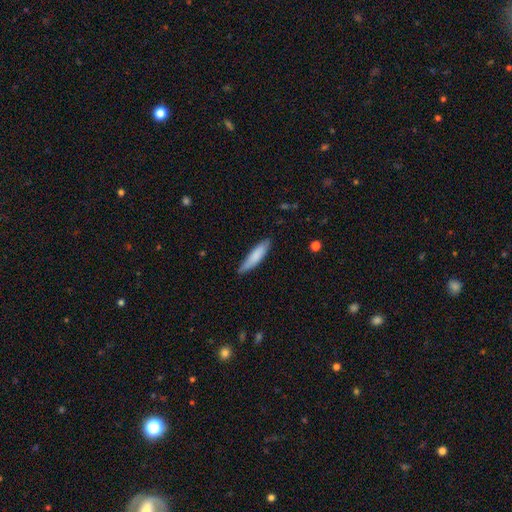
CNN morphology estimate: The model was most divided on "how rounded": cigar-shaped: 80%, in between: 19%, round: 1%. More confident: merging — none (82%); smooth or featured — smooth (80%).